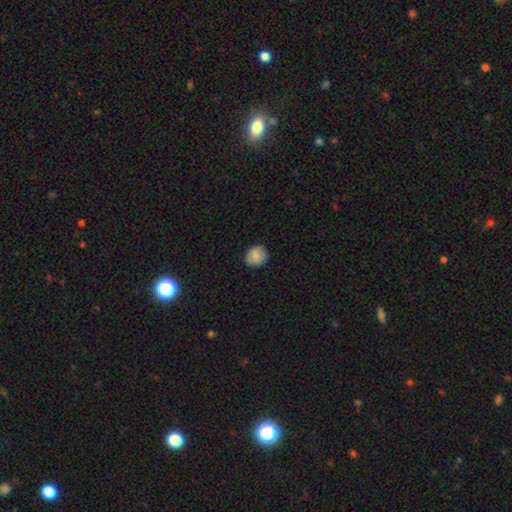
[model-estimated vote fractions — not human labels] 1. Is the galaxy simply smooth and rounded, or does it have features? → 87% smooth, 8% star or artifact, 5% featured or disk.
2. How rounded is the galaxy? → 79% round, 20% in between, 1% cigar-shaped.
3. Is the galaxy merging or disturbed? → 87% none, 10% minor disturbance, 2% major disturbance, 1% merger.